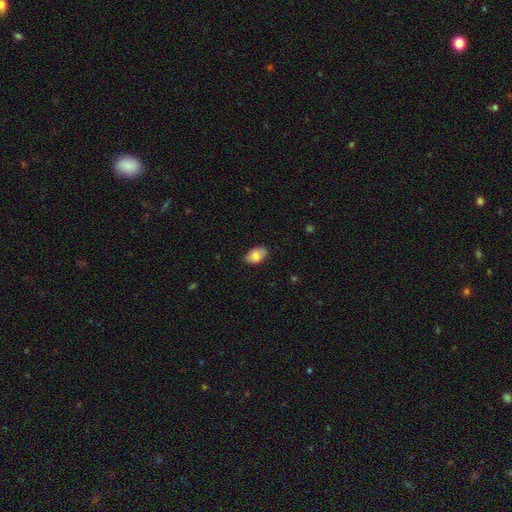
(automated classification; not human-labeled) Smooth or featured?
  - smooth: 83% *
  - featured or disk: 10%
  - star or artifact: 7%
How rounded?
  - in between: 90% *
  - round: 9%
  - cigar-shaped: 1%
Merging?
  - none: 79% *
  - minor disturbance: 17%
  - major disturbance: 3%
  - merger: 1%